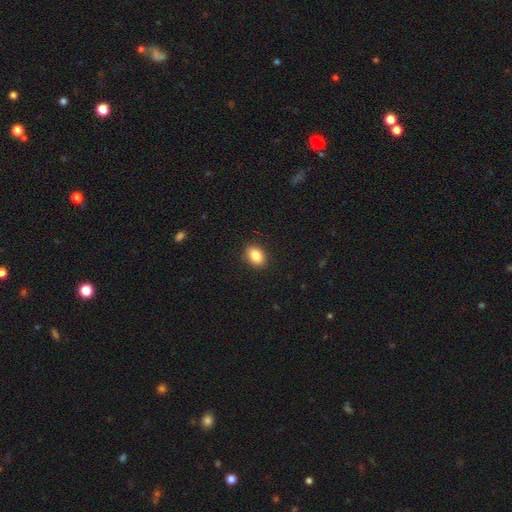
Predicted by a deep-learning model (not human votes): Morphology: type=smooth (86%); roundness=in between (74%); merging=none (89%).